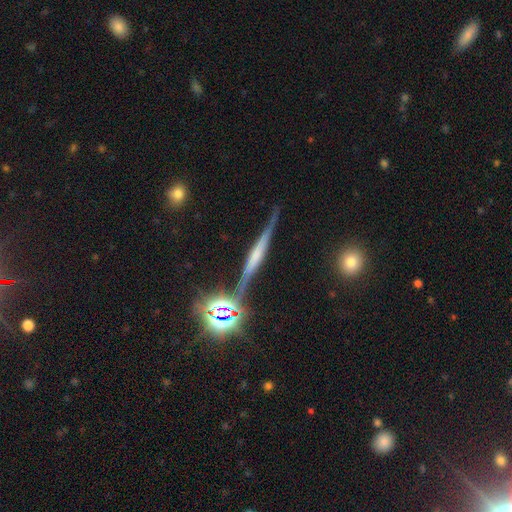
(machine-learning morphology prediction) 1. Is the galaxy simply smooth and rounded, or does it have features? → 62% featured or disk, 21% smooth, 17% star or artifact.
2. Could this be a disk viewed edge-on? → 94% yes, 6% no.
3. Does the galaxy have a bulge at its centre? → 36% boxy, 32% rounded, 32% none.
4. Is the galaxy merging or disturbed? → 81% none, 12% minor disturbance, 3% merger, 3% major disturbance.